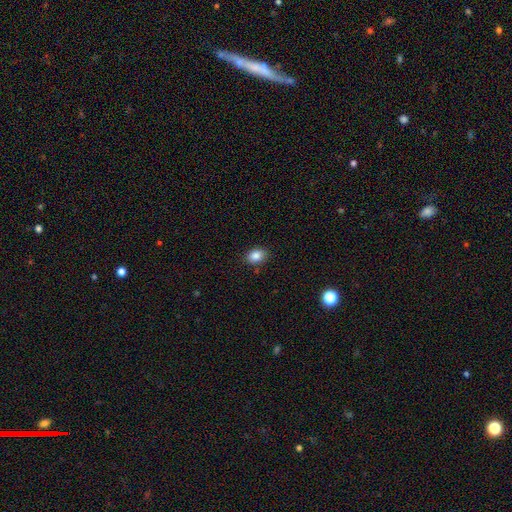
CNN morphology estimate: smooth-or-featured: smooth: 86% | star or artifact: 9% | featured or disk: 5%
  how-rounded: in between: 73% | round: 26% | cigar-shaped: 1%
  merging: none: 87% | minor disturbance: 10% | major disturbance: 2% | merger: 1%